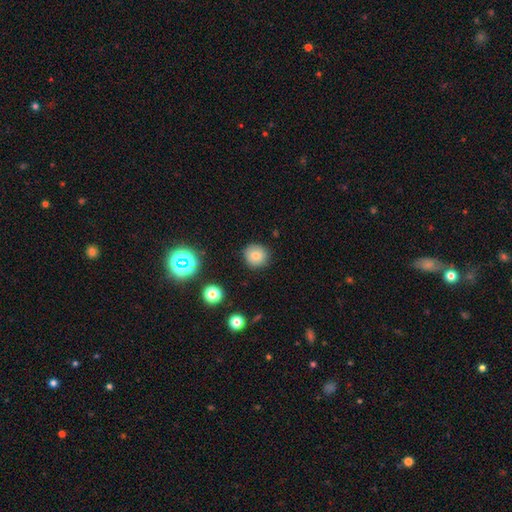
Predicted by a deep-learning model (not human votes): smooth_or_featured: smooth (p=0.77) [alt: star or artifact p=0.13]
how_rounded: round (p=0.91) [alt: in between p=0.08]
merging: none (p=0.88) [alt: minor disturbance p=0.08]